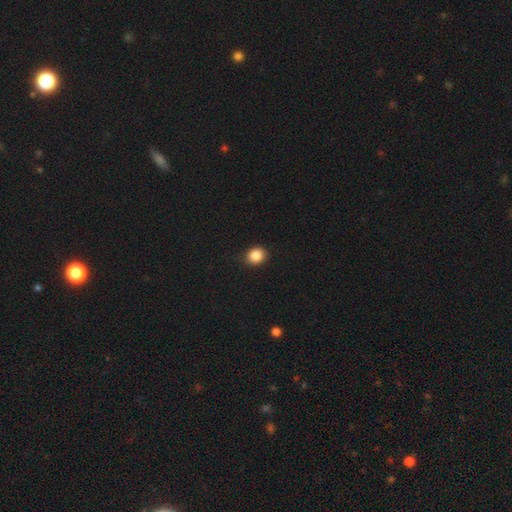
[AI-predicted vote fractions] smooth_or_featured: smooth (p=0.87) [alt: star or artifact p=0.10]
how_rounded: round (p=0.75) [alt: in between p=0.24]
merging: none (p=0.84) [alt: minor disturbance p=0.12]